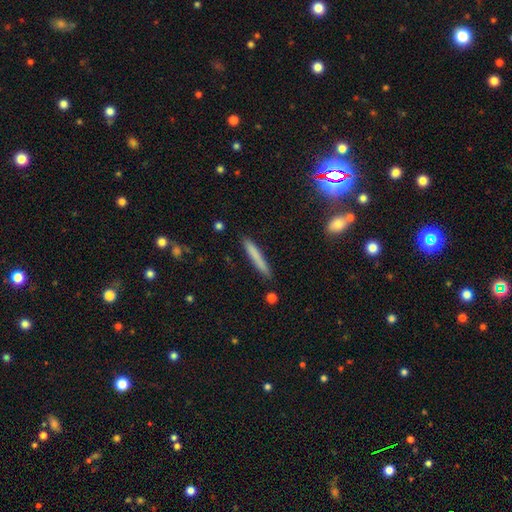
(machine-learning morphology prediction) This is likely a smooth galaxy (76%). How rounded: clearly cigar-shaped (95%). Merging: clearly none (88%).